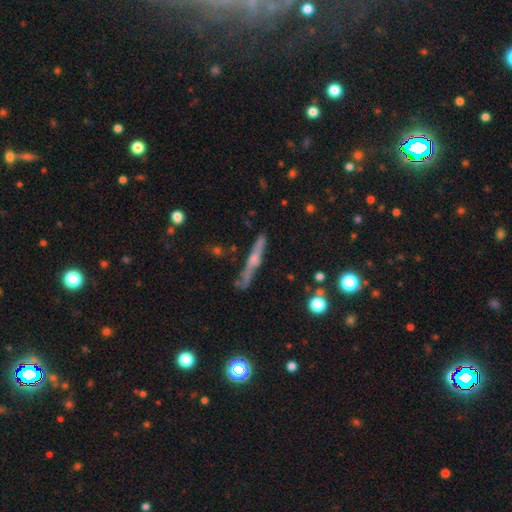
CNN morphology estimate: type=featured or disk (65%); edge-on=yes (94%); edge-on bulge=rounded (72%); merging=none (79%).